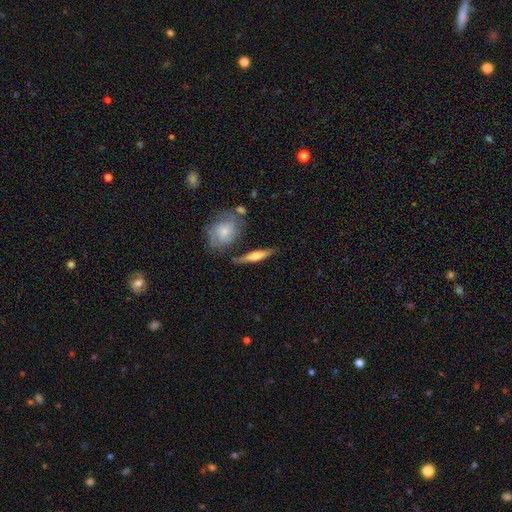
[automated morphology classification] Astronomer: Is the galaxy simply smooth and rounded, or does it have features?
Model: featured or disk — 49% (runner-up: smooth, 45%).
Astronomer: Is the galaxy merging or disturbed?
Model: none — 76%.